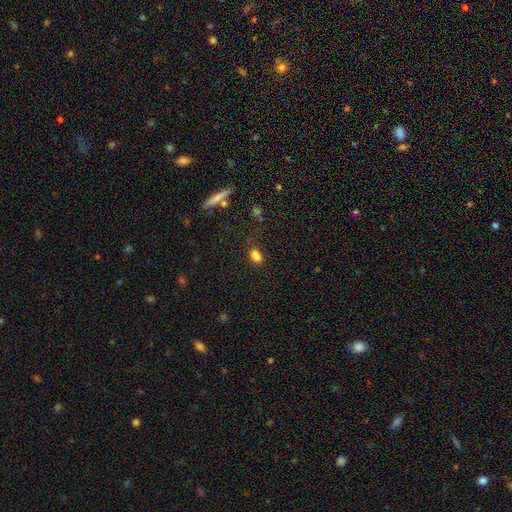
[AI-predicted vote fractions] smooth-or-featured: smooth: 79% | star or artifact: 15% | featured or disk: 6%
  how-rounded: in between: 80% | round: 16% | cigar-shaped: 4%
  merging: none: 64% | minor disturbance: 18% | merger: 11% | major disturbance: 7%